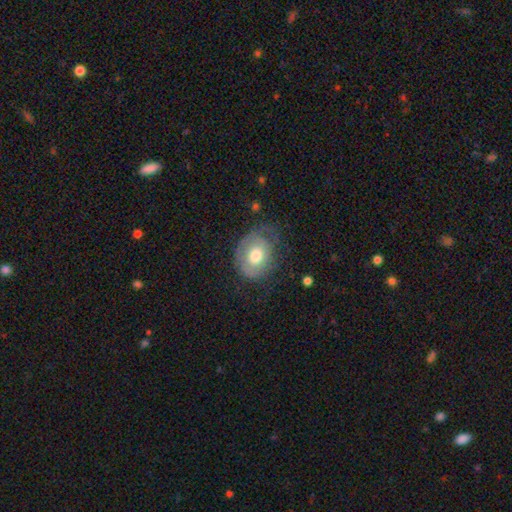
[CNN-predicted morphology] Smooth or featured? smooth (52%)
How rounded? in between (51%)
Merging? none (52%)